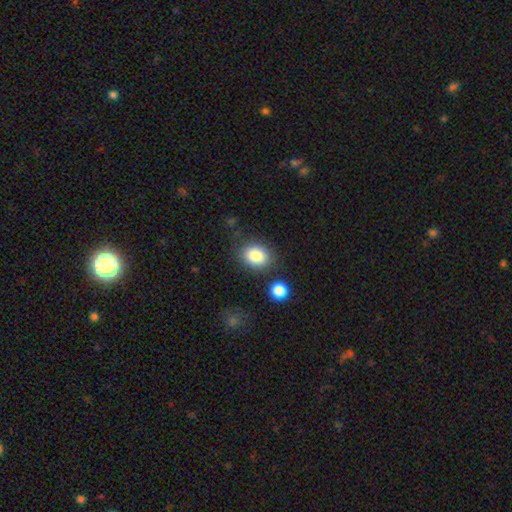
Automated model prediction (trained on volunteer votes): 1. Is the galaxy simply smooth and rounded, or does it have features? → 85% smooth, 9% star or artifact, 7% featured or disk.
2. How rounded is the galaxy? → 54% round, 45% in between, 1% cigar-shaped.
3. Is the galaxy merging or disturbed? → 77% none, 12% minor disturbance, 7% merger, 4% major disturbance.